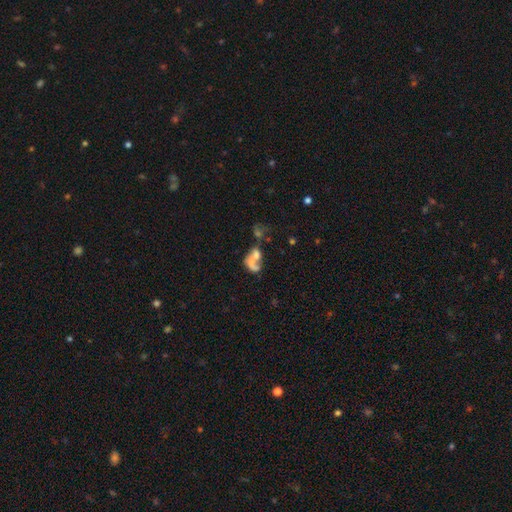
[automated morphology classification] Overall: featured or disk (43%; smooth 42%). Merging: merger (58%; major disturbance 19%).